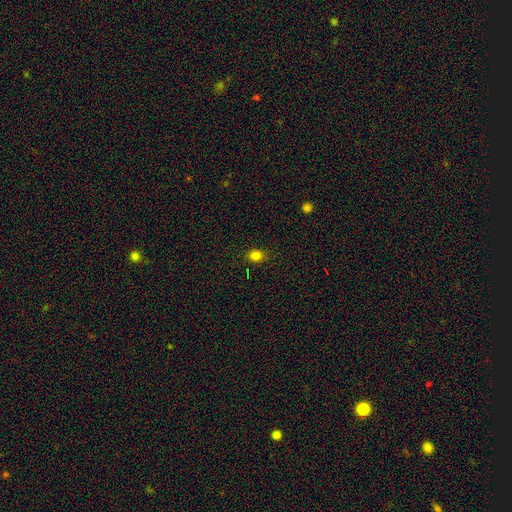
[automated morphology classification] Q: Smooth or featured?
A: smooth (81%); runner-up: star or artifact (14%)
Q: How rounded?
A: round (55%); runner-up: in between (44%)
Q: Merging?
A: none (87%); runner-up: minor disturbance (10%)